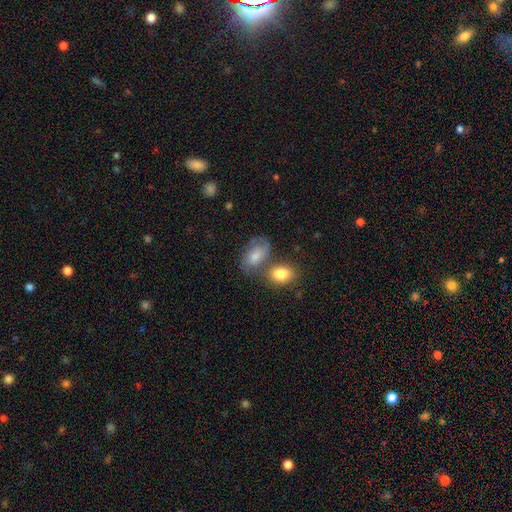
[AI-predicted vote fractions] Smooth or featured? smooth (62%)
How rounded? in between (86%)
Merging? none (40%)